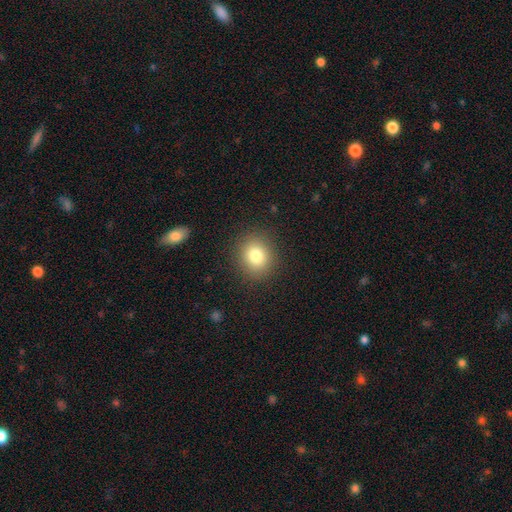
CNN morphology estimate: smooth-or-featured: smooth: 81% | star or artifact: 11% | featured or disk: 8%
  how-rounded: round: 75% | in between: 24% | cigar-shaped: 1%
  merging: none: 88% | minor disturbance: 8% | major disturbance: 3% | merger: 1%